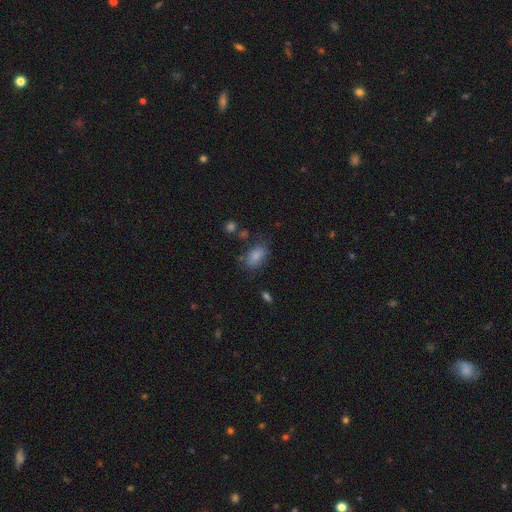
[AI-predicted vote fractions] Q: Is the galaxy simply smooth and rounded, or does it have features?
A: smooth — 83%.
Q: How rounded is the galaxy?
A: in between — 90%.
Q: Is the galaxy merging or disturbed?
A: none — 67%.